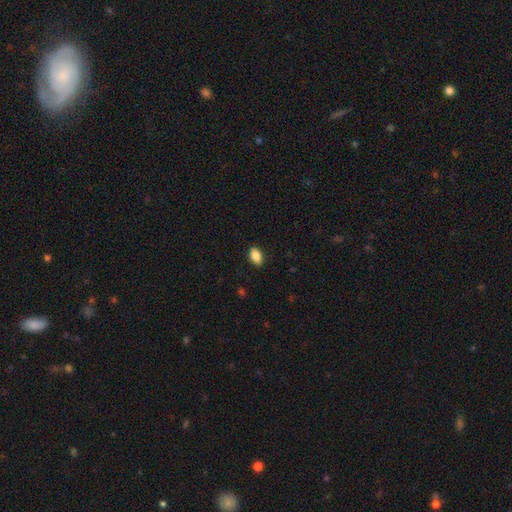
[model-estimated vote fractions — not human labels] A smooth galaxy with no disk features (86%) that is in between round and cigar-shaped (90%).

Vote fractions:
- Smooth or featured? smooth: 86% / star or artifact: 8% / featured or disk: 6%
- How rounded? in between: 90% / round: 7% / cigar-shaped: 3%
- Merging? none: 87% / minor disturbance: 10% / major disturbance: 2% / merger: 1%